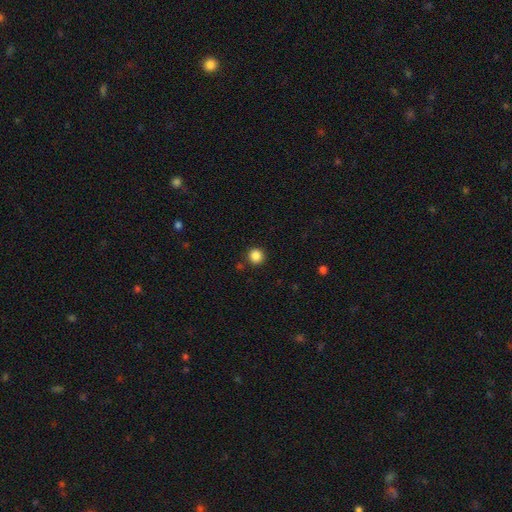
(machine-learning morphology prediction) smooth-or-featured: smooth: 86% | star or artifact: 11% | featured or disk: 3%
  how-rounded: round: 95% | in between: 4% | cigar-shaped: 1%
  merging: none: 91% | minor disturbance: 5% | merger: 2% | major disturbance: 2%